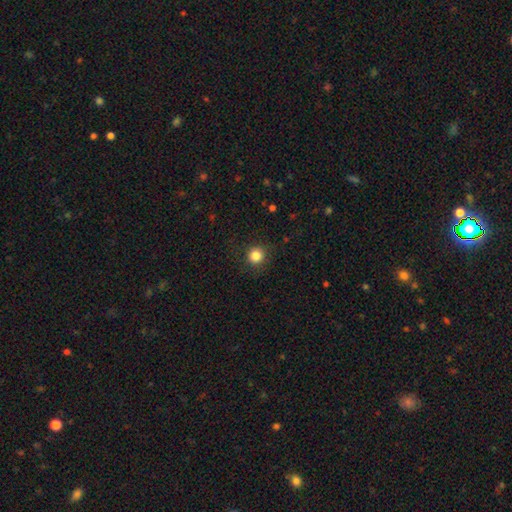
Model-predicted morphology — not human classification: A smooth galaxy with no disk features (84%) that is round (94%).

Vote fractions:
- Smooth or featured? smooth: 84% / star or artifact: 12% / featured or disk: 4%
- How rounded? round: 94% / in between: 6% / cigar-shaped: 1%
- Merging? none: 90% / minor disturbance: 6% / major disturbance: 2% / merger: 1%